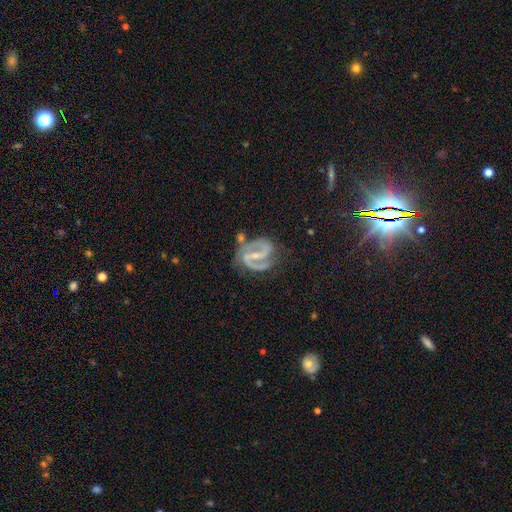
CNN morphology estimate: Q: Smooth or featured?
A: featured or disk (90%); runner-up: star or artifact (5%)
Q: Edge-on disk?
A: no (98%); runner-up: yes (2%)
Q: Bar?
A: strong (55%); runner-up: weak (32%)
Q: Spiral arms?
A: yes (97%); runner-up: no (3%)
Q: Spiral winding?
A: medium (56%); runner-up: tight (30%)
Q: Spiral arm count?
A: 2 (92%); runner-up: can't tell (2%)
Q: Bulge size?
A: small (68%); runner-up: moderate (23%)
Q: Merging?
A: none (63%); runner-up: minor disturbance (20%)